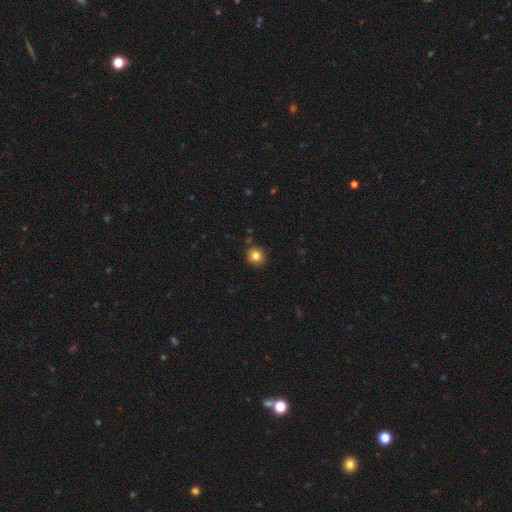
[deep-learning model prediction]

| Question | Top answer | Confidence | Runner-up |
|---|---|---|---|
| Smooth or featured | smooth | 82% | star or artifact (12%) |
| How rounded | round | 90% | in between (9%) |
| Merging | none | 87% | minor disturbance (8%) |